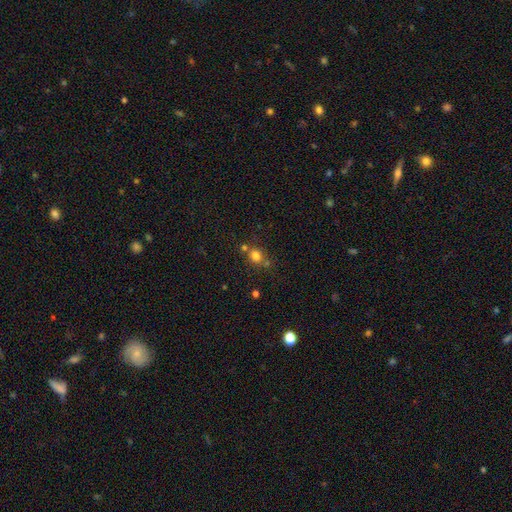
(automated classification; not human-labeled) Smooth or featured: smooth — 76% (star or artifact — 15%)
How rounded: round — 75% (in between — 23%)
Merging: none — 62% (merger — 21%)